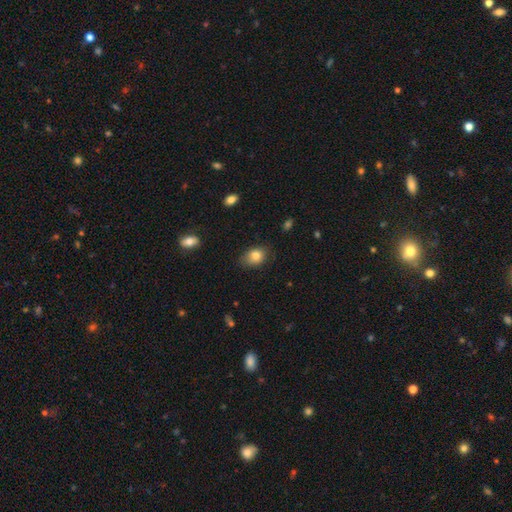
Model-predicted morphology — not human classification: Smooth or featured? Predicted: smooth (p=0.81). How rounded? Predicted: in between (p=0.69). Merging? Predicted: none (p=0.72).